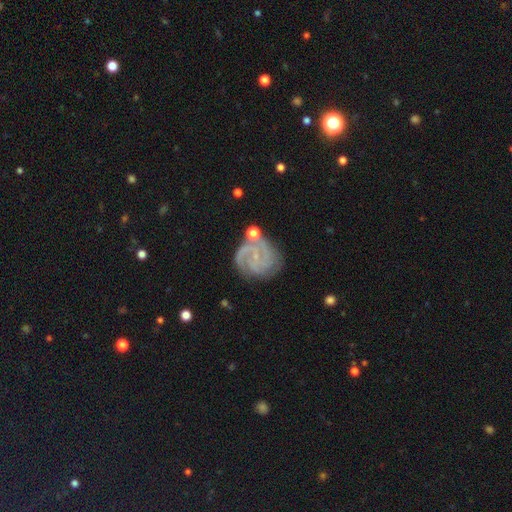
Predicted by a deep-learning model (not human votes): smooth-or-featured: featured or disk: 87% | smooth: 8% | star or artifact: 6%
  disk-edge-on: no: 98% | yes: 2%
    bar: no: 57% | weak: 35% | strong: 8%
    has-spiral-arms: yes: 97% | no: 3%
      spiral-winding: tight: 55% | medium: 37% | loose: 8%
      spiral-arm-count: 2: 42% | 3: 31% | can't tell: 12% | 4: 6% | 1: 5% | more than 4: 4%
    bulge-size: small: 72% | none: 19% | moderate: 8% | large: 1% | dominant: 1%
  merging: none: 68% | minor disturbance: 18% | major disturbance: 8% | merger: 6%